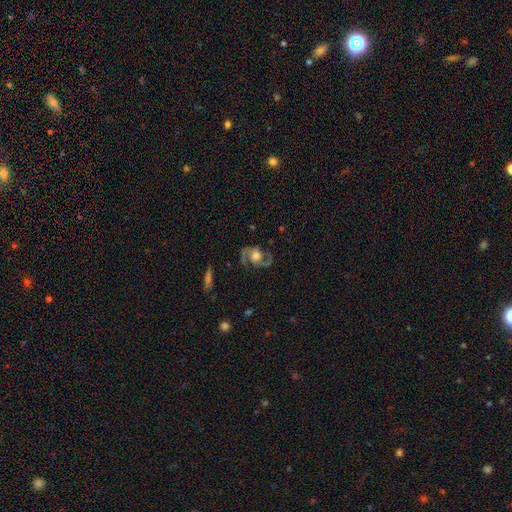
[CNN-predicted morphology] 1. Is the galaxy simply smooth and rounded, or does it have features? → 88% featured or disk, 6% smooth, 5% star or artifact.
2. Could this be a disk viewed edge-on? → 97% no, 3% yes.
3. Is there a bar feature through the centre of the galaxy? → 63% no, 28% weak, 9% strong.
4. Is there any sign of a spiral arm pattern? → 96% yes, 4% no.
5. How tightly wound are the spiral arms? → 59% medium, 22% loose, 18% tight.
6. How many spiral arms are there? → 93% 2, 2% can't tell, 2% 1, 1% 3, 1% 4, 1% more than 4.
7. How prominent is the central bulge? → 60% moderate, 24% large, 11% small, 2% none, 2% dominant.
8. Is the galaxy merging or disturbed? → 79% none, 13% minor disturbance, 7% major disturbance, 1% merger.